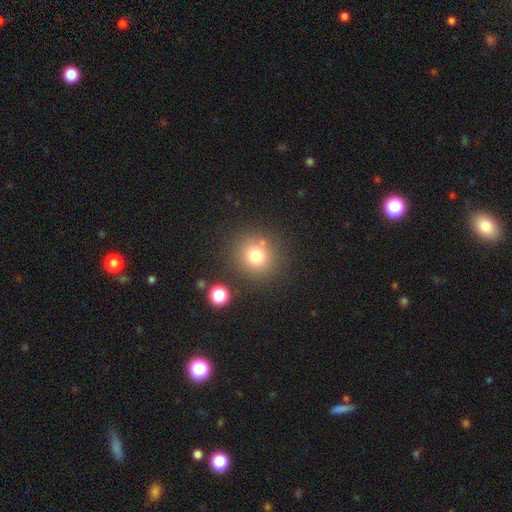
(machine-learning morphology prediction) A smooth galaxy with no disk features (75%) that is round (91%).

Vote fractions:
- Smooth or featured? smooth: 75% / star or artifact: 15% / featured or disk: 10%
- How rounded? round: 91% / in between: 8% / cigar-shaped: 1%
- Merging? none: 81% / minor disturbance: 9% / merger: 6% / major disturbance: 4%